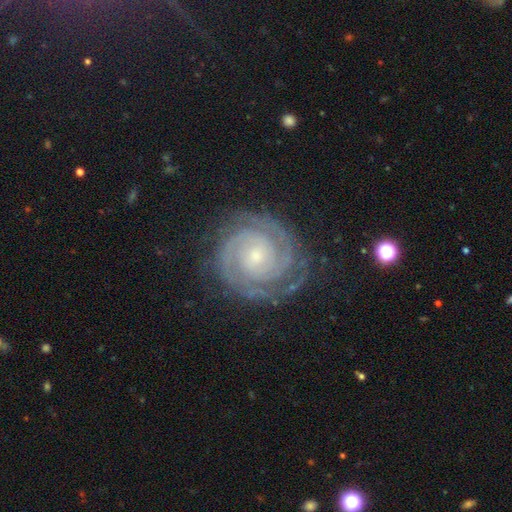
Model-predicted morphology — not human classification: smooth-or-featured: featured or disk: 92% | star or artifact: 5% | smooth: 4%
  disk-edge-on: no: 98% | yes: 2%
    bar: no: 70% | weak: 21% | strong: 9%
    has-spiral-arms: yes: 99% | no: 1%
      spiral-winding: tight: 84% | medium: 14% | loose: 2%
      spiral-arm-count: 2: 67% | 3: 14% | can't tell: 7% | 4: 4% | more than 4: 4% | 1: 3%
    bulge-size: small: 68% | moderate: 28% | none: 2% | large: 2% | dominant: 1%
  merging: none: 81% | minor disturbance: 13% | major disturbance: 4% | merger: 1%